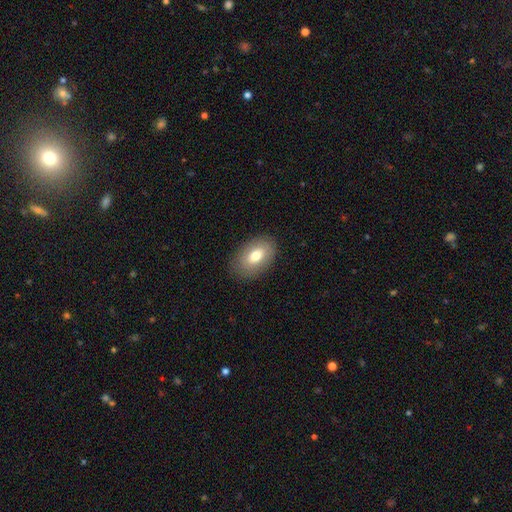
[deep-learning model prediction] Smooth or featured: smooth — 75% (featured or disk — 17%)
How rounded: in between — 90% (round — 9%)
Merging: none — 86% (minor disturbance — 10%)